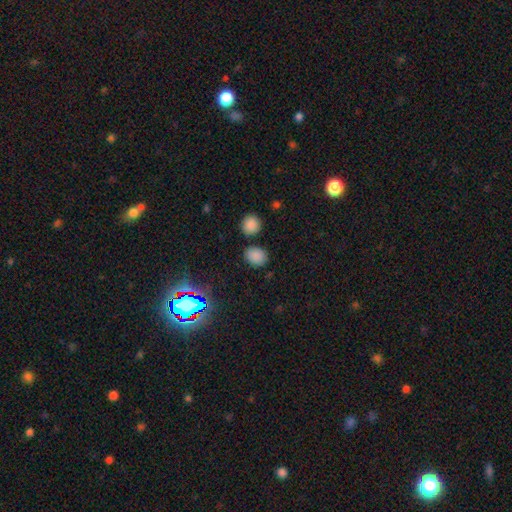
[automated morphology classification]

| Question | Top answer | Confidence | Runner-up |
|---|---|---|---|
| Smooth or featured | smooth | 82% | star or artifact (14%) |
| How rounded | round | 50% | in between (49%) |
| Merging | none | 80% | minor disturbance (11%) |